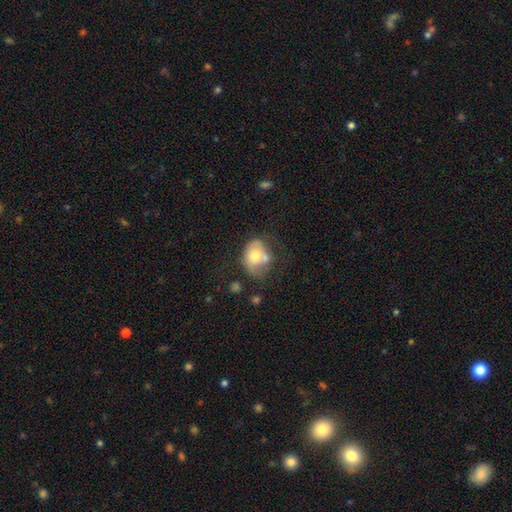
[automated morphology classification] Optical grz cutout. It shows a smooth galaxy with no disk features (62%) that is in between round and cigar-shaped (57%). Merging: none (33%).